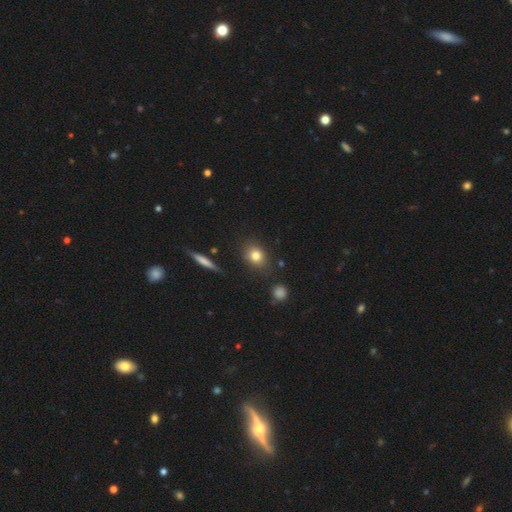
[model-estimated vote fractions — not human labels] Morphology: type=smooth (80%); roundness=round (51%); merging=none (81%).